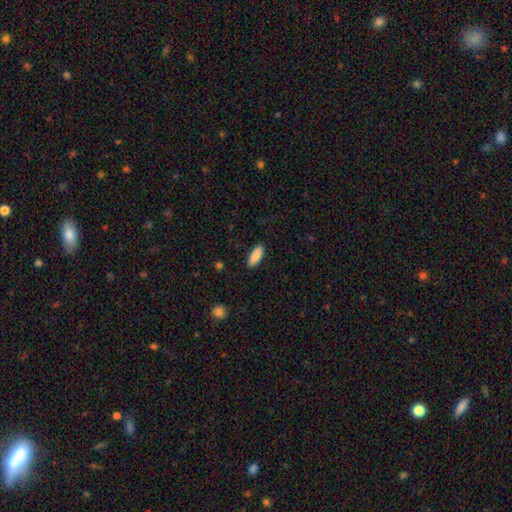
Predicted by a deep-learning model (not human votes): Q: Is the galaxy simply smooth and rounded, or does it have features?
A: smooth — 88%.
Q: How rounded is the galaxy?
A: in between — 68%.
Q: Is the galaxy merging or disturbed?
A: none — 89%.